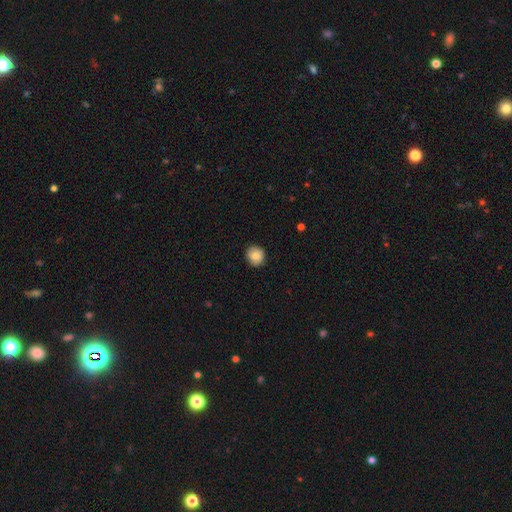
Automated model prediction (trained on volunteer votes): Overall: smooth (85%). How rounded: round (88%). Merging: none (89%).